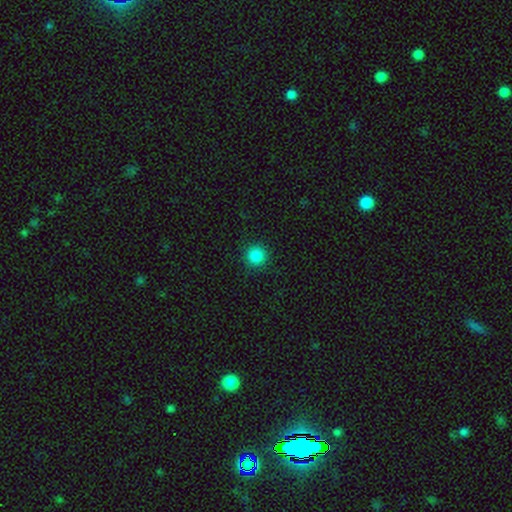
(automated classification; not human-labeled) smooth-or-featured: smooth: 86% | star or artifact: 11% | featured or disk: 3%
  how-rounded: round: 95% | in between: 4% | cigar-shaped: 1%
  merging: none: 92% | minor disturbance: 5% | major disturbance: 2% | merger: 1%